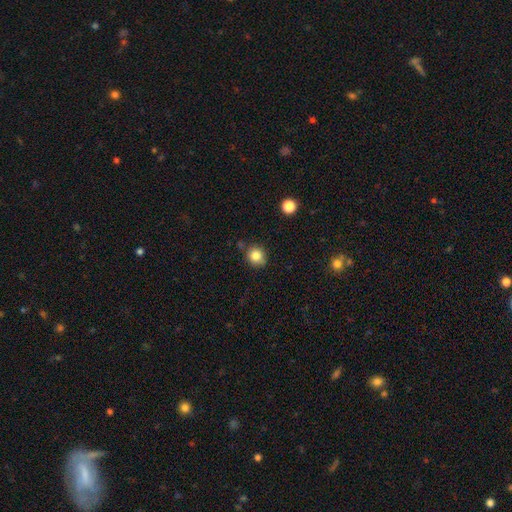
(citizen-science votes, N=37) Smooth or featured?
  - smooth: 89% *
  - featured or disk: 5%
  - star or artifact: 5%
How rounded?
  - round: 85% *
  - in between: 15%
  - cigar-shaped: 0%
Merging?
  - none: 74% *
  - minor disturbance: 26%
  - major disturbance: 0%
  - merger: 0%